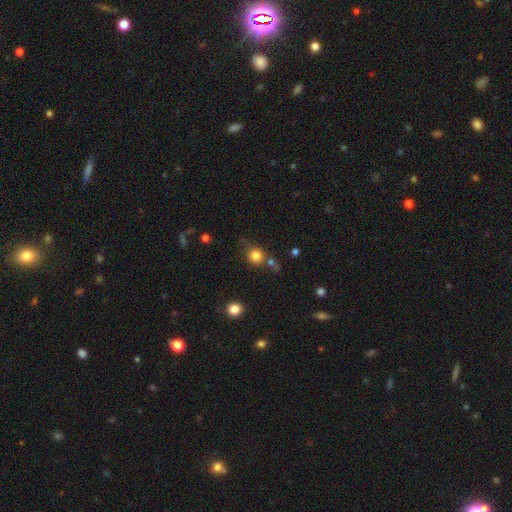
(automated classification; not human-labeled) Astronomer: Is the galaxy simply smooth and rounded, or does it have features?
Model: smooth — 80%.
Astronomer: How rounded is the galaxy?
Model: round — 86%.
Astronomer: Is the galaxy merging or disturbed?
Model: none — 63%.